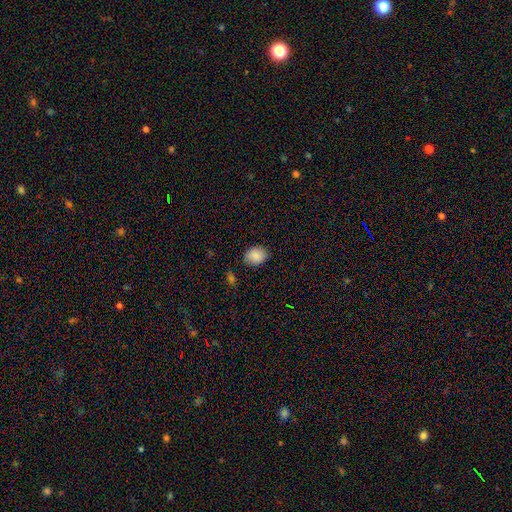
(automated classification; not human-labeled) Smooth or featured: smooth — 87% (star or artifact — 8%)
How rounded: round — 52% (in between — 47%)
Merging: none — 82% (minor disturbance — 14%)